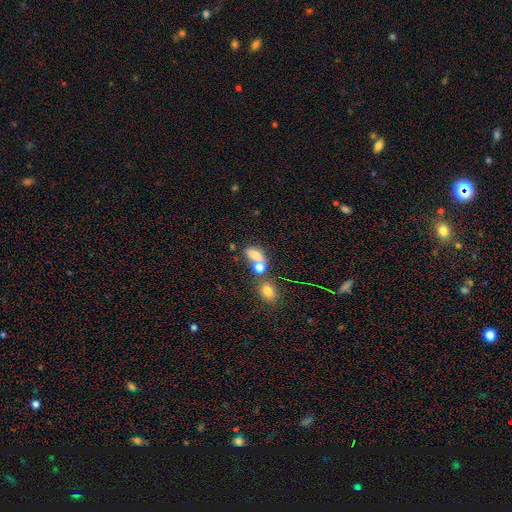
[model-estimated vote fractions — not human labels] A smooth galaxy with no disk features (71%) that is in between round and cigar-shaped (75%). Merging: merger (47%).